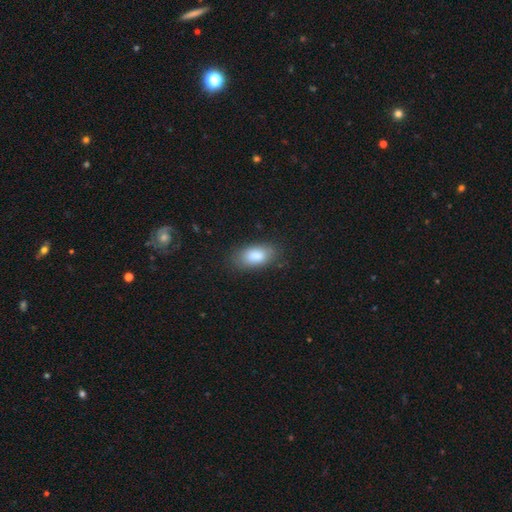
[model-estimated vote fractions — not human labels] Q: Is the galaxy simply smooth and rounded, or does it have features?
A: smooth — 86%.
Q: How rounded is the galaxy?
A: in between — 91%.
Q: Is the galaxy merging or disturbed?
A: none — 81%.